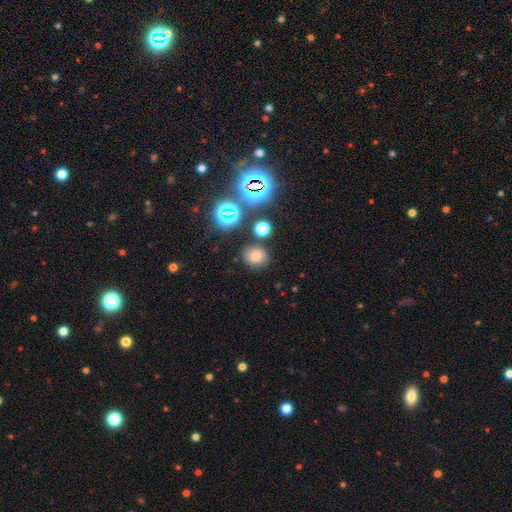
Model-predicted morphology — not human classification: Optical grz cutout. It shows a smooth galaxy with no disk features (69%) that is round (74%). Merging: none (79%).